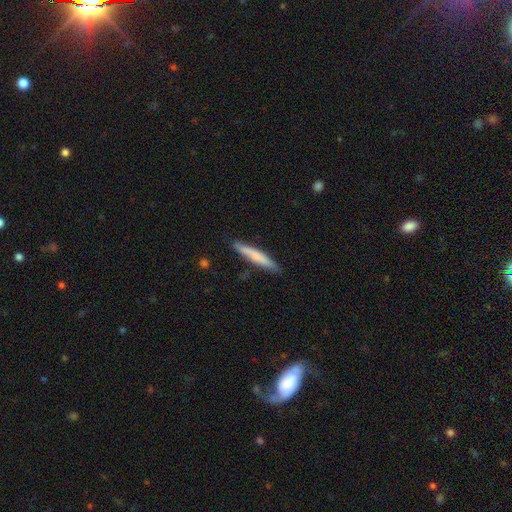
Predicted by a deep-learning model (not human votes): Morphology: type=smooth (67%); roundness=cigar-shaped (94%); merging=none (86%).